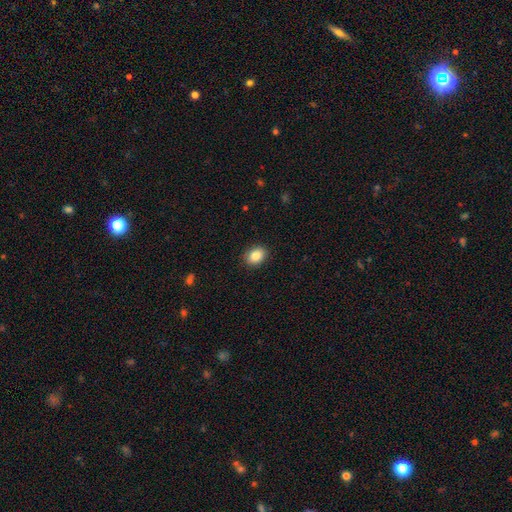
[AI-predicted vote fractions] Morphology: type=smooth (85%); roundness=in between (59%); merging=none (90%).